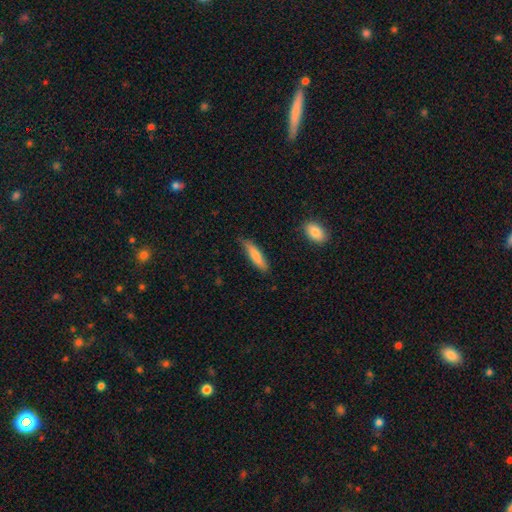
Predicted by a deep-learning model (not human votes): smooth_or_featured: smooth (p=0.76) [alt: featured or disk p=0.18]
how_rounded: cigar-shaped (p=0.76) [alt: in between p=0.22]
merging: none (p=0.78) [alt: minor disturbance p=0.17]